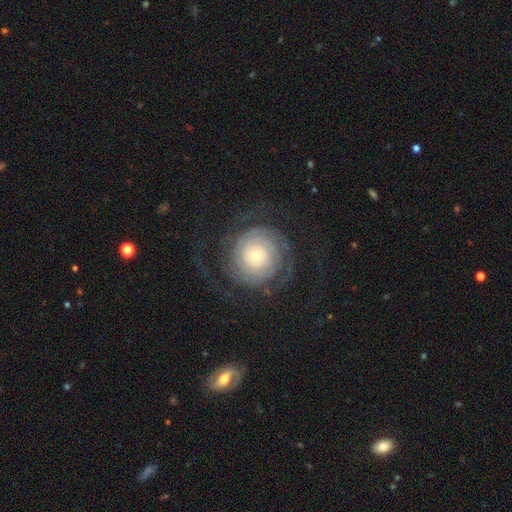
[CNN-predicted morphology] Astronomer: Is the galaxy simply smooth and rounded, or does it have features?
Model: featured or disk — 84%.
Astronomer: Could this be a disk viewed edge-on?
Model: no — 98%.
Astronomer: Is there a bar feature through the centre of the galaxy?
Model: no — 80%.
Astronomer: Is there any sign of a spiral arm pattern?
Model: yes — 96%.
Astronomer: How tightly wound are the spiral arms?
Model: tight — 75%.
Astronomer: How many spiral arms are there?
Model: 2 — 49%.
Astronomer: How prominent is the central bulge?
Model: small — 66%.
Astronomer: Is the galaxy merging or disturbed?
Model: none — 75%.